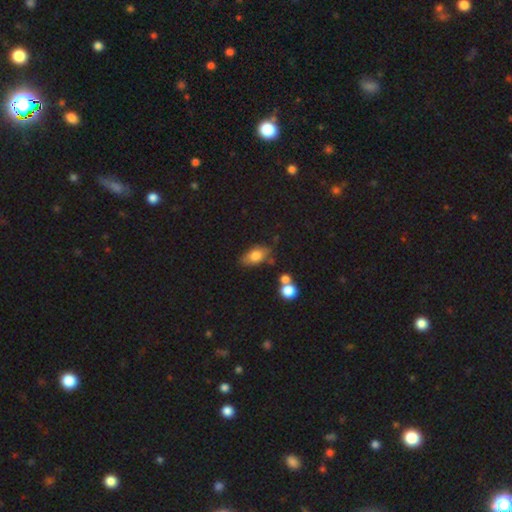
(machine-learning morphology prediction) Smooth or featured? smooth (77%)
How rounded? in between (85%)
Merging? none (68%)